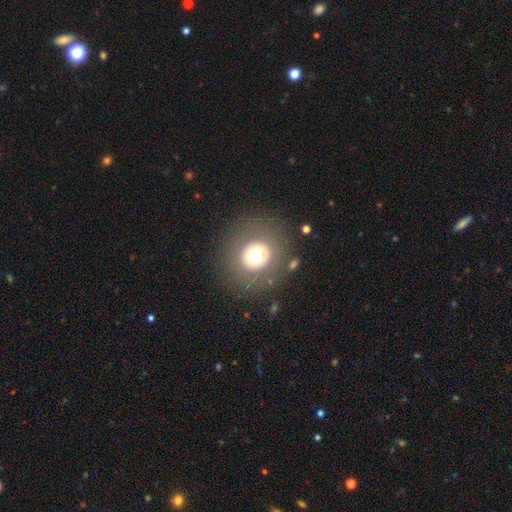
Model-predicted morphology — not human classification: type=smooth (64%); roundness=round (90%); merging=none (80%).